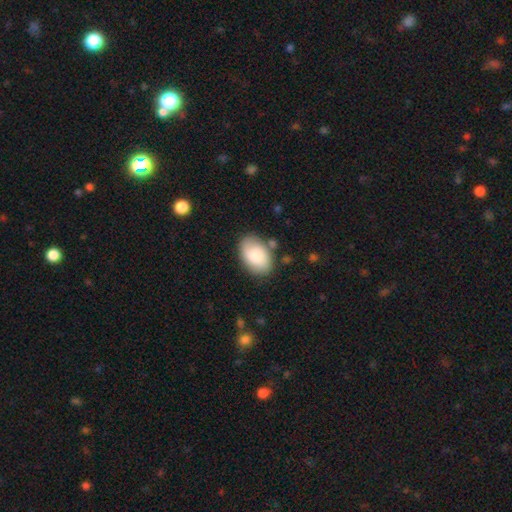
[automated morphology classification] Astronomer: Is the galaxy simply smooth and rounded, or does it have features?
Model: smooth — 79%.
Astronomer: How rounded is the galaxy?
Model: in between — 90%.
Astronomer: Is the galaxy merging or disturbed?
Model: none — 76%.